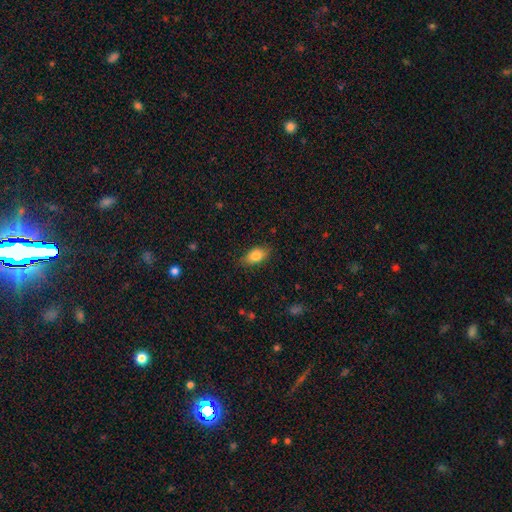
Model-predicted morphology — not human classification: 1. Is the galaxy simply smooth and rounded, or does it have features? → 82% smooth, 10% featured or disk, 8% star or artifact.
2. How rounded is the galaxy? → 87% in between, 7% round, 5% cigar-shaped.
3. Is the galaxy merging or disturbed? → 83% none, 13% minor disturbance, 3% major disturbance, 1% merger.